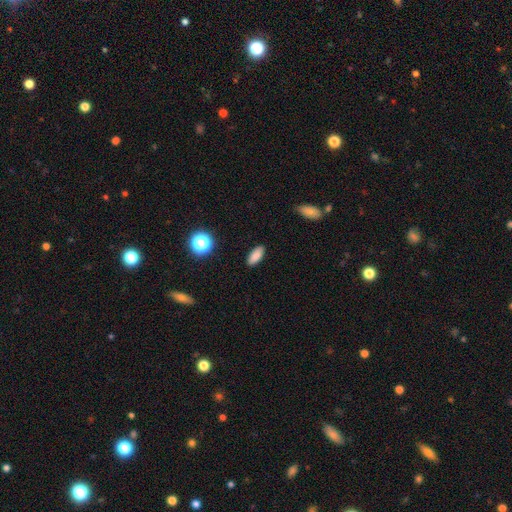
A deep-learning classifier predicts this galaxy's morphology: type=smooth (85%); roundness=in between (81%); merging=none (89%).